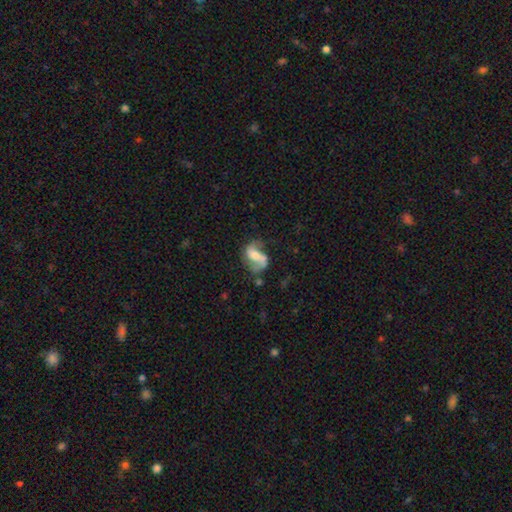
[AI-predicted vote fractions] Morphology: type=featured or disk (71%); edge-on=no (97%); bar=weak (39%); spiral arms=yes (85%); winding=loose (57%); arm count=2 (85%); bulge=moderate (46%); merging=none (49%).